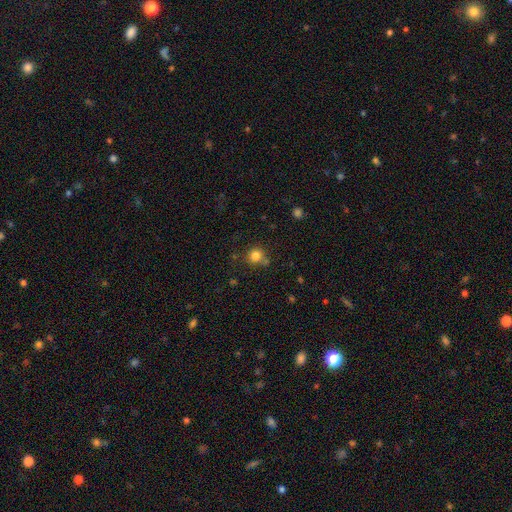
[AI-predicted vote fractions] Q: Smooth or featured?
A: smooth (81%); runner-up: star or artifact (13%)
Q: How rounded?
A: round (90%); runner-up: in between (9%)
Q: Merging?
A: none (72%); runner-up: merger (12%)